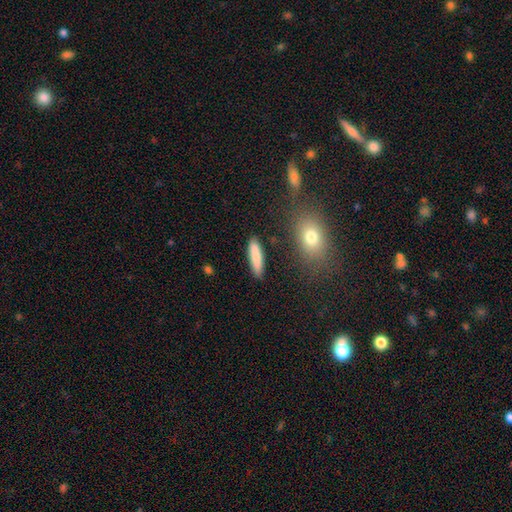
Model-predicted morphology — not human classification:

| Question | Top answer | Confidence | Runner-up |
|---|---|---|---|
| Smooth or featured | smooth | 84% | featured or disk (10%) |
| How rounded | cigar-shaped | 76% | in between (23%) |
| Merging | none | 86% | minor disturbance (9%) |